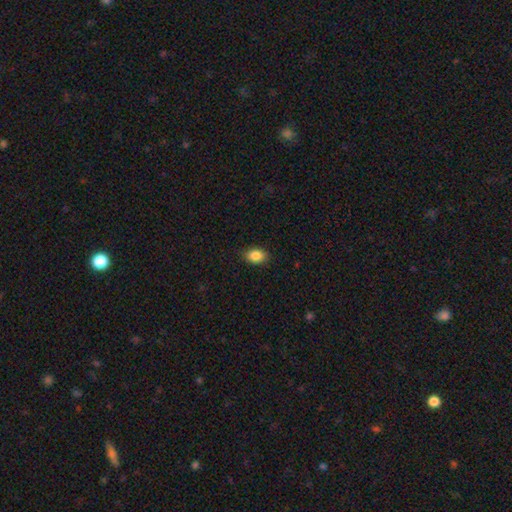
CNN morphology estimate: Smooth or featured? Predicted: smooth (p=0.86). How rounded? Predicted: in between (p=0.80). Merging? Predicted: none (p=0.88).